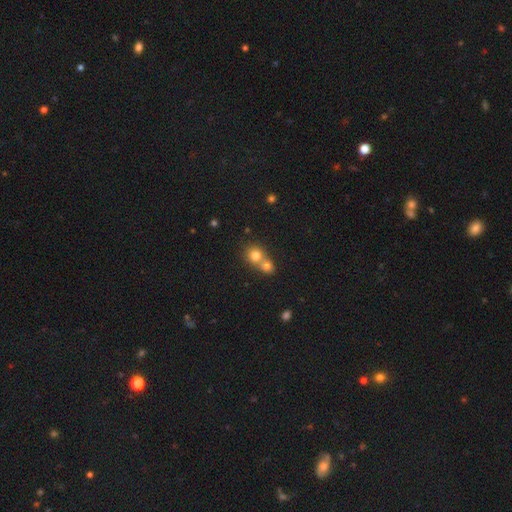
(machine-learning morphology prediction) type=smooth (76%); roundness=round (82%); merging=merger (62%).